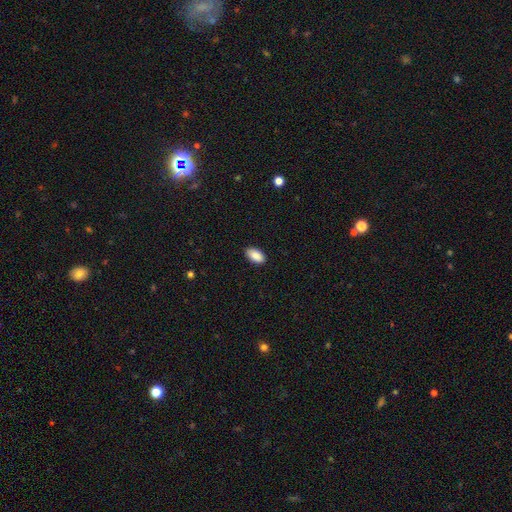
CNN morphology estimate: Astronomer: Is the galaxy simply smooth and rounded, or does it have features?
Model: smooth — 90%.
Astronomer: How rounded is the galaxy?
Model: in between — 95%.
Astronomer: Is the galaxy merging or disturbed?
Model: none — 89%.